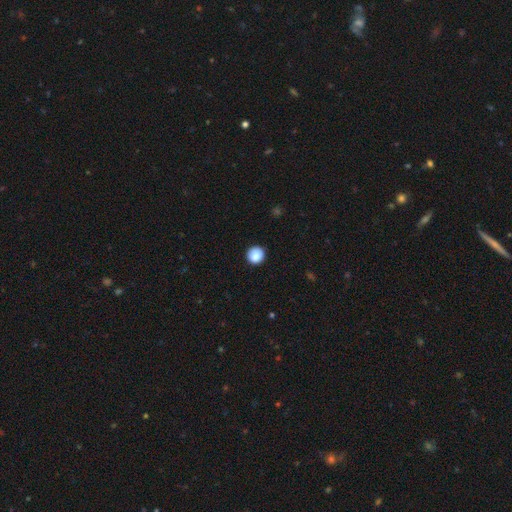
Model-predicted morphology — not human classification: Overall: smooth (88%). How rounded: round (95%). Merging: none (90%).